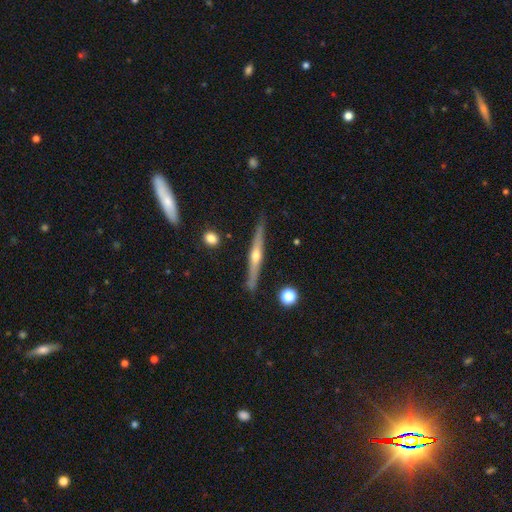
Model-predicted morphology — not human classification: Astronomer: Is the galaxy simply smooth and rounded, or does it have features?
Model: featured or disk — 71%.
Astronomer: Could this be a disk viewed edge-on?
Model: yes — 97%.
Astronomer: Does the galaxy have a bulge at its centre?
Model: rounded — 86%.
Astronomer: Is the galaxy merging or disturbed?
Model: none — 85%.